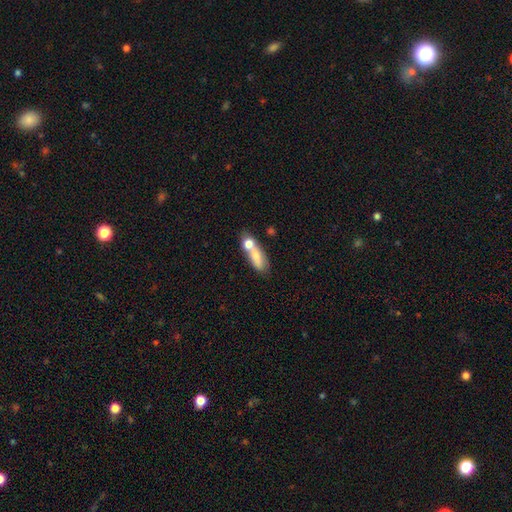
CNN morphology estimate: Smooth or featured? Predicted: smooth (p=0.68). How rounded? Predicted: in between (p=0.59). Merging? Predicted: merger (p=0.50).